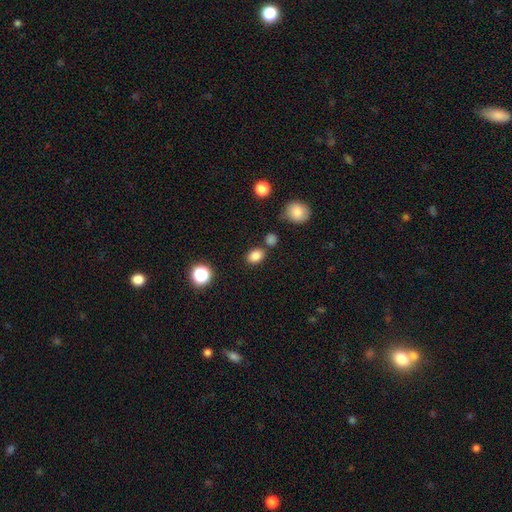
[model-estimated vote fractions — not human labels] A smooth galaxy with no disk features (83%) that is in between round and cigar-shaped (66%). Merging: none (77%).